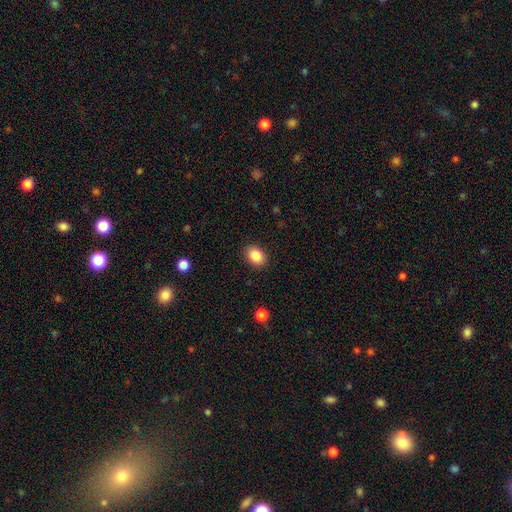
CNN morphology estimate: Smooth or featured? Predicted: smooth (p=0.87). How rounded? Predicted: in between (p=0.68). Merging? Predicted: none (p=0.88).